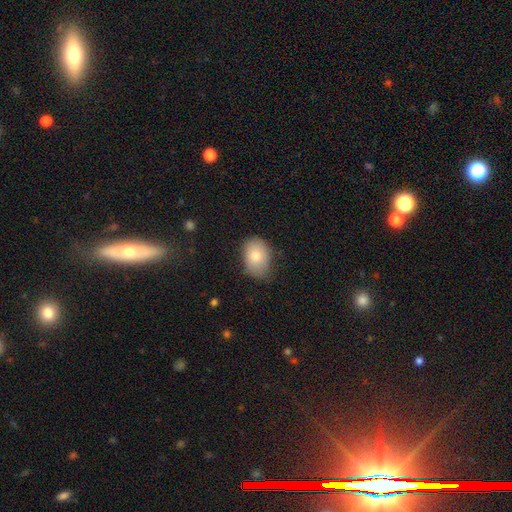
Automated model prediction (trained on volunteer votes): The model was most divided on "merging": none: 68%, minor disturbance: 25%, major disturbance: 5%, merger: 1%. More confident: smooth or featured — smooth (78%); how rounded — in between (75%).